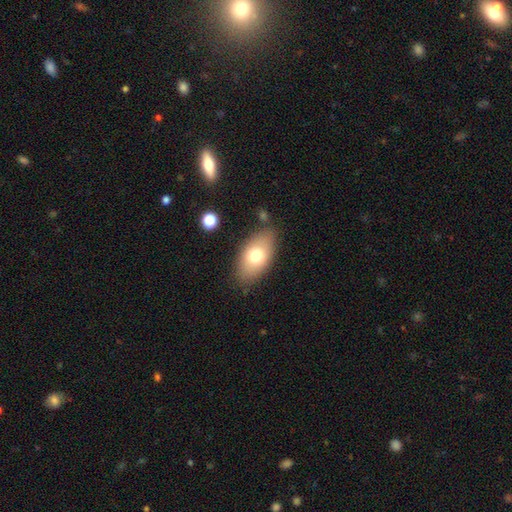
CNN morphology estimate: A smooth galaxy with no disk features (72%) that is in between round and cigar-shaped (91%). Merging: none (79%).